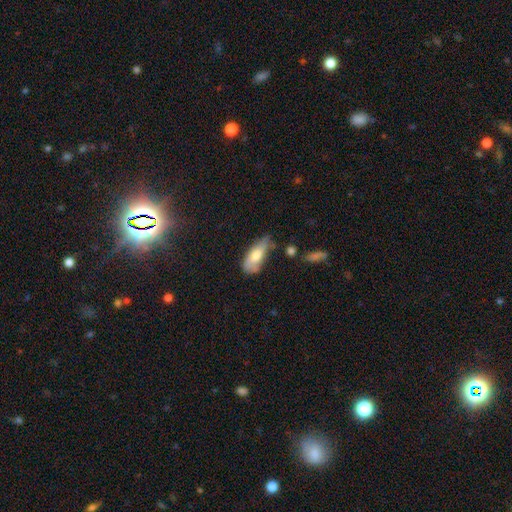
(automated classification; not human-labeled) This is likely a smooth galaxy (67%). How rounded: likely in between (78%). Merging: marginally none (45%).